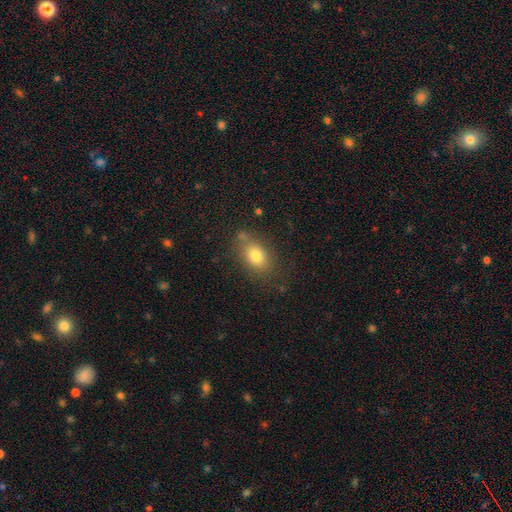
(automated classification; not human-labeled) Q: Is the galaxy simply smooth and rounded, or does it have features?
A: smooth — 77%.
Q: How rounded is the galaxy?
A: in between — 75%.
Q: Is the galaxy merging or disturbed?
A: none — 71%.